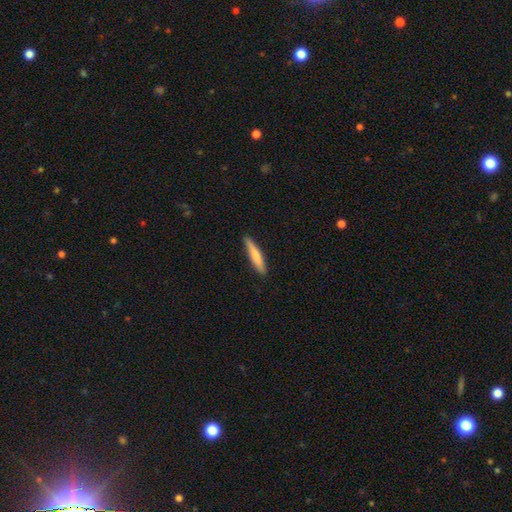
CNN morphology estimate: This appears to be a smooth galaxy with no disk features (77%) that is cigar-shaped (90%). Merging: none (88%).